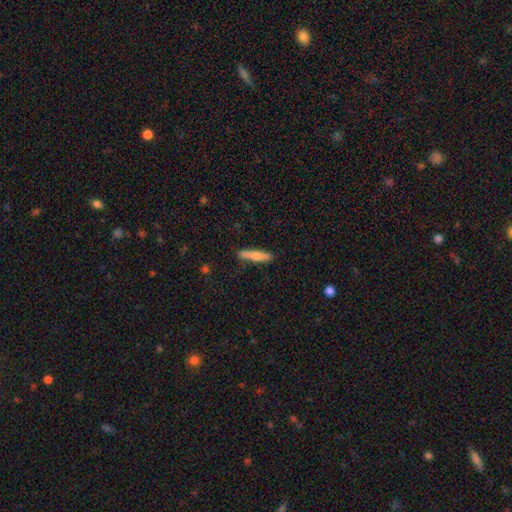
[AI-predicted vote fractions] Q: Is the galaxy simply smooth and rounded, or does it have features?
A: smooth — 71%.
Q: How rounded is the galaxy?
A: cigar-shaped — 88%.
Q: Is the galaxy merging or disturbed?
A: none — 81%.